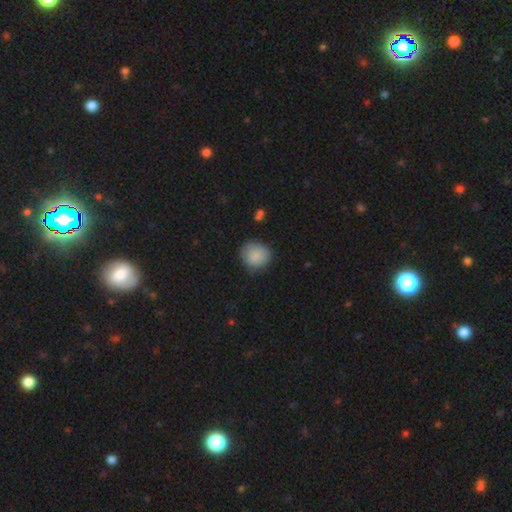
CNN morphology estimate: A smooth galaxy with no disk features (86%) that is round (85%).

Vote fractions:
- Smooth or featured? smooth: 86% / star or artifact: 8% / featured or disk: 6%
- How rounded? round: 85% / in between: 14% / cigar-shaped: 1%
- Merging? none: 73% / minor disturbance: 20% / major disturbance: 4% / merger: 2%